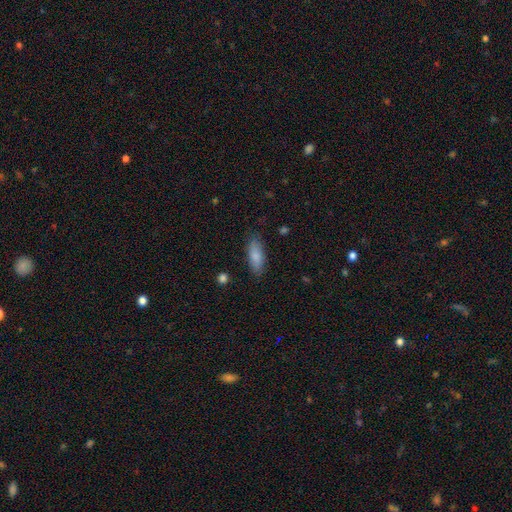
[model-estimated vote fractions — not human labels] A smooth galaxy with no disk features (83%) that is in between round and cigar-shaped (68%). Merging: none (82%).